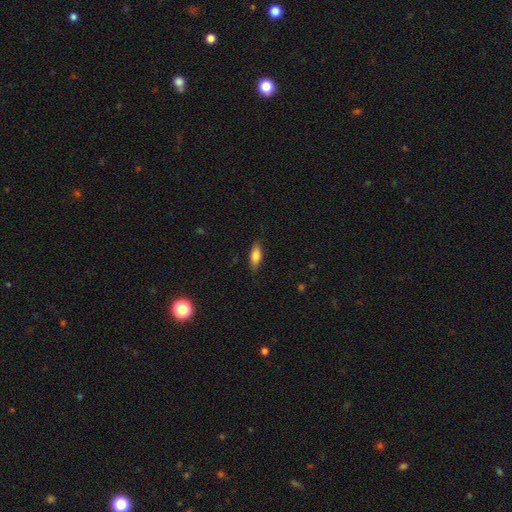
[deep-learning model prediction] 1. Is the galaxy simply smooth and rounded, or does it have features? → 76% smooth, 17% featured or disk, 7% star or artifact.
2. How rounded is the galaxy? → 71% in between, 26% cigar-shaped, 3% round.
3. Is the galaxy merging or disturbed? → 83% none, 13% minor disturbance, 3% major disturbance, 1% merger.